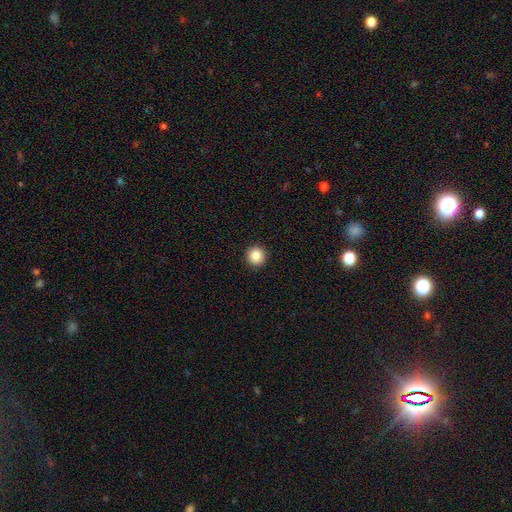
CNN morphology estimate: type=smooth (86%); roundness=round (96%); merging=none (94%).